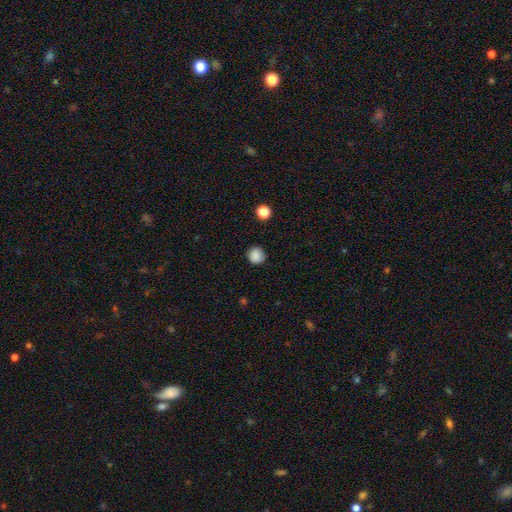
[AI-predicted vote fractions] This appears to be a smooth galaxy with no disk features (87%) that is round (92%). Merging: none (89%).